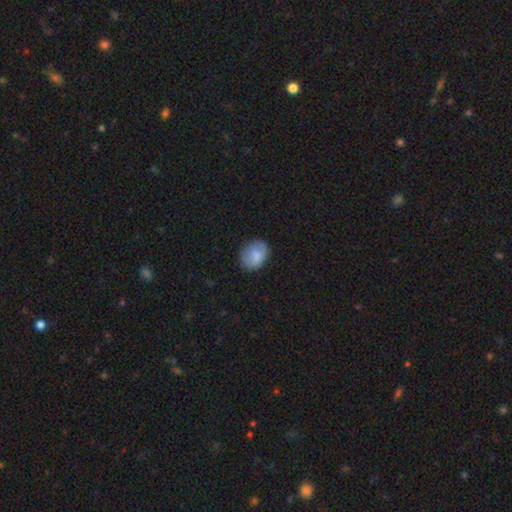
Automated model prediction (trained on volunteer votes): Q: Smooth or featured?
A: smooth (80%); runner-up: featured or disk (12%)
Q: How rounded?
A: in between (63%); runner-up: round (36%)
Q: Merging?
A: none (75%); runner-up: minor disturbance (19%)